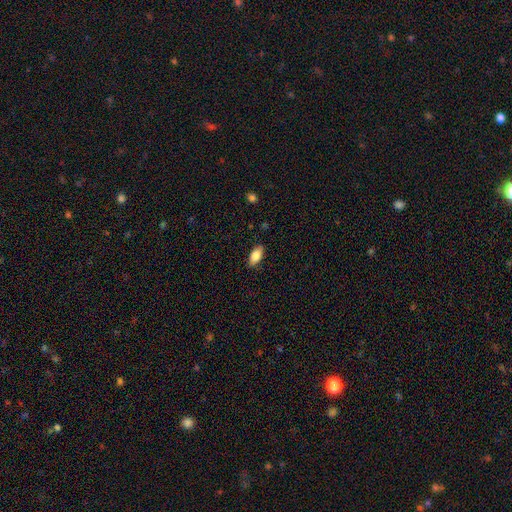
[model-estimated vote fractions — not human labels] Smooth or featured? smooth (81%)
How rounded? in between (88%)
Merging? none (87%)